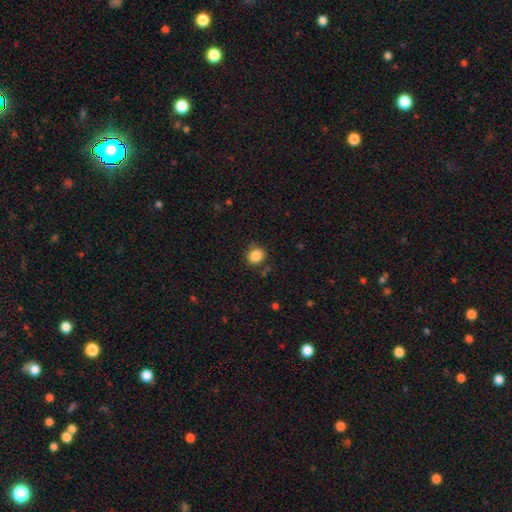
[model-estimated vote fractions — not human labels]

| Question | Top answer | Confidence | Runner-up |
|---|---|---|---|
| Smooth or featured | smooth | 86% | star or artifact (10%) |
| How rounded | round | 76% | in between (23%) |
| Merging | none | 83% | minor disturbance (12%) |